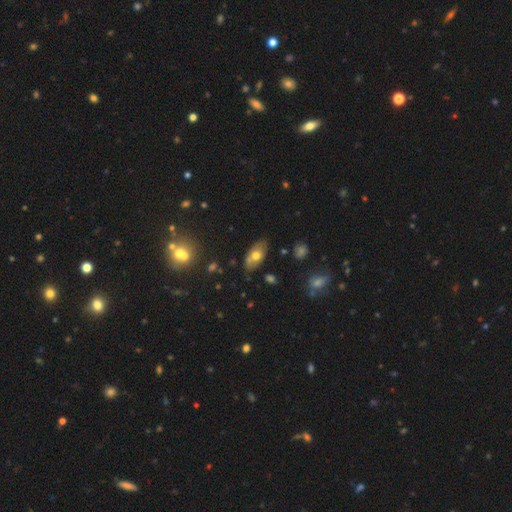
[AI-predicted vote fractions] smooth_or_featured: smooth (p=0.56) [alt: featured or disk p=0.35]
how_rounded: in between (p=0.90) [alt: round p=0.05]
merging: none (p=0.73) [alt: minor disturbance p=0.18]